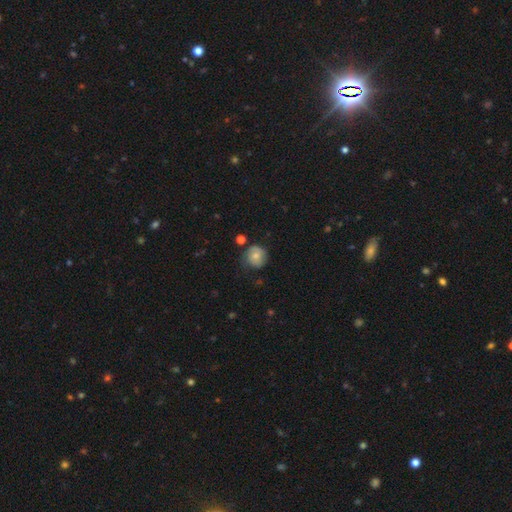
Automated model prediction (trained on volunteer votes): Smooth or featured? Predicted: smooth (p=0.64). How rounded? Predicted: round (p=0.87). Merging? Predicted: none (p=0.65).